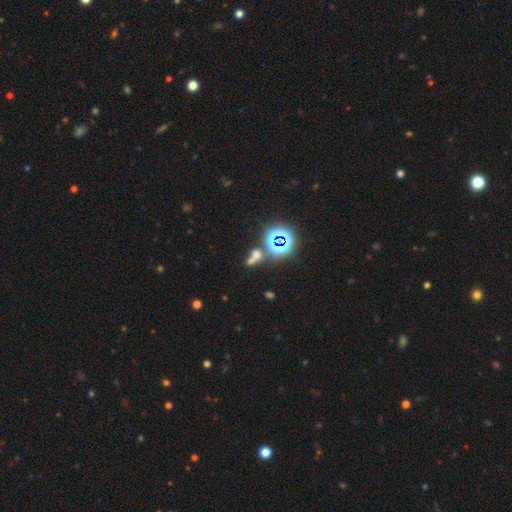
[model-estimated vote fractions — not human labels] A smooth galaxy with no disk features (43%, tied with star or artifact).

Vote fractions:
- Smooth or featured? smooth: 43% (tied) / star or artifact: 43% (tied) / featured or disk: 14%
- Merging? merger: 42% / none: 40% / minor disturbance: 10% / major disturbance: 8%